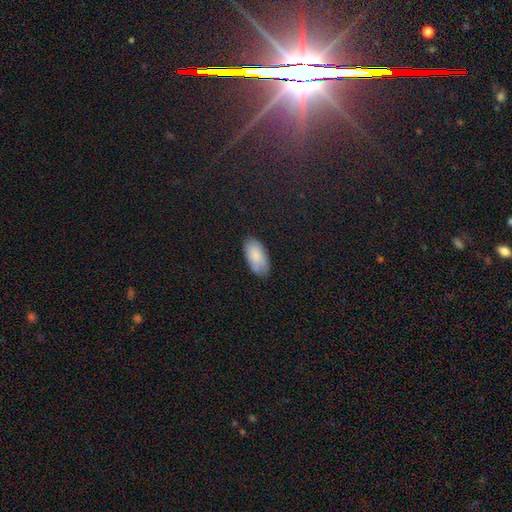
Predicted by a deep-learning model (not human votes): Smooth or featured? Predicted: smooth (p=0.83). How rounded? Predicted: in between (p=0.94). Merging? Predicted: none (p=0.74).